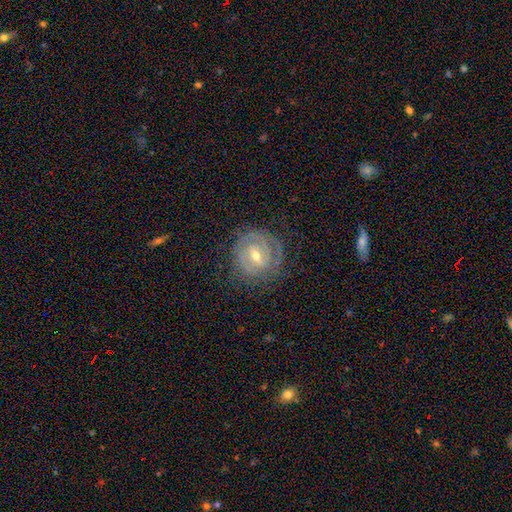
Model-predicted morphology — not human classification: This appears to be a featured or disk galaxy (84%) with a weak bar (49%), 2 (45%) tight (79%) spiral arms (92%) and a moderate central bulge (57%). Merging: none (79%).